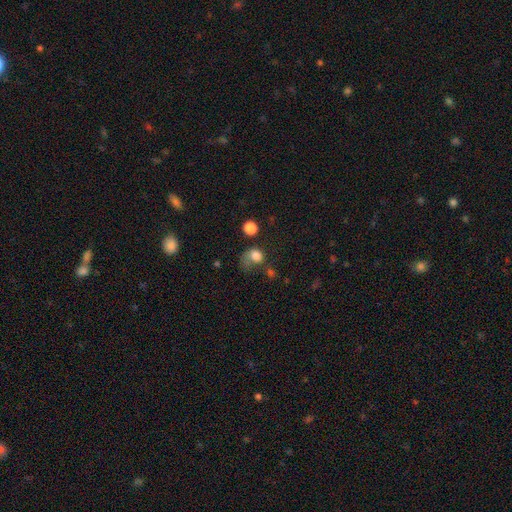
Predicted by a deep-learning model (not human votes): Q: Smooth or featured?
A: smooth (75%); runner-up: featured or disk (13%)
Q: How rounded?
A: round (59%); runner-up: in between (40%)
Q: Merging?
A: major disturbance (45%); runner-up: none (25%)